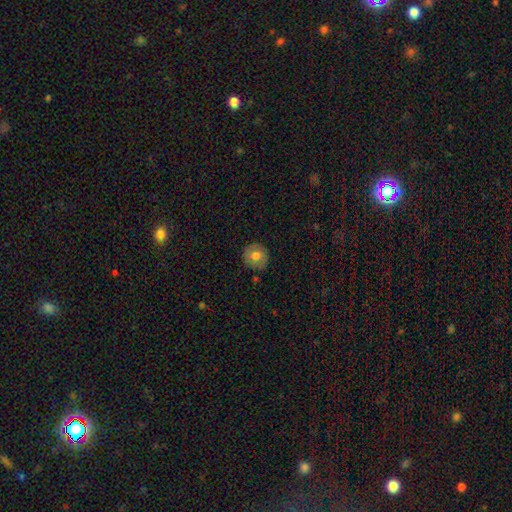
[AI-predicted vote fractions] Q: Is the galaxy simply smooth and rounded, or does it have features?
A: smooth — 71%.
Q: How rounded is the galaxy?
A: round — 90%.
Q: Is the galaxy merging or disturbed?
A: none — 86%.